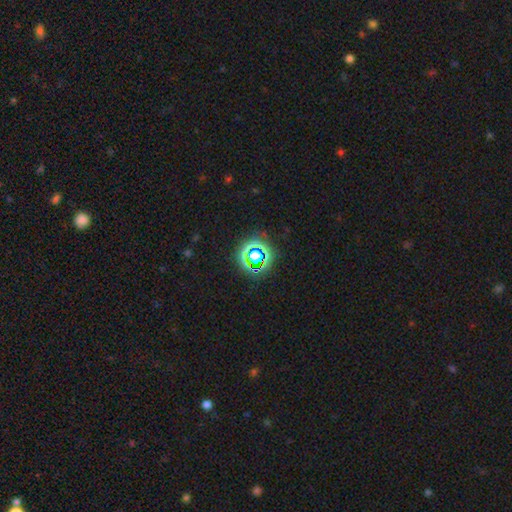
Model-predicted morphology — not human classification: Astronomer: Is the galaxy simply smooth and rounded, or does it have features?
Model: star or artifact — 65%.